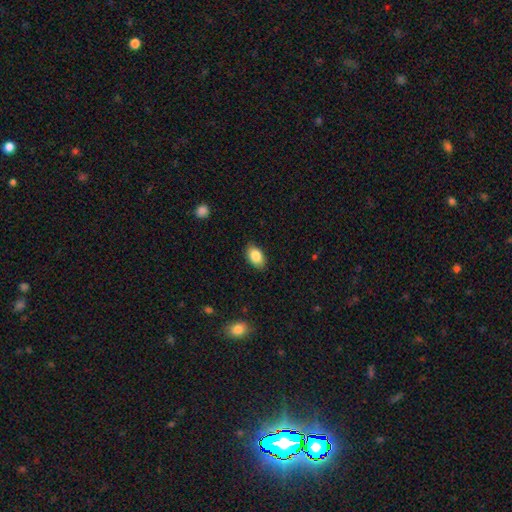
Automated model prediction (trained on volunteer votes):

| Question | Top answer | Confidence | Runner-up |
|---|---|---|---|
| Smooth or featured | smooth | 86% | star or artifact (7%) |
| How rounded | in between | 89% | round (9%) |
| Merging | none | 85% | minor disturbance (12%) |